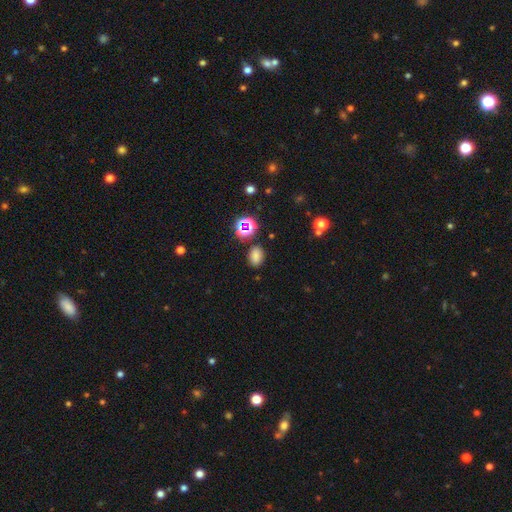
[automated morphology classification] The model was most divided on "how rounded": in between: 73%, round: 26%, cigar-shaped: 1%. More confident: merging — none (83%); smooth or featured — smooth (74%).